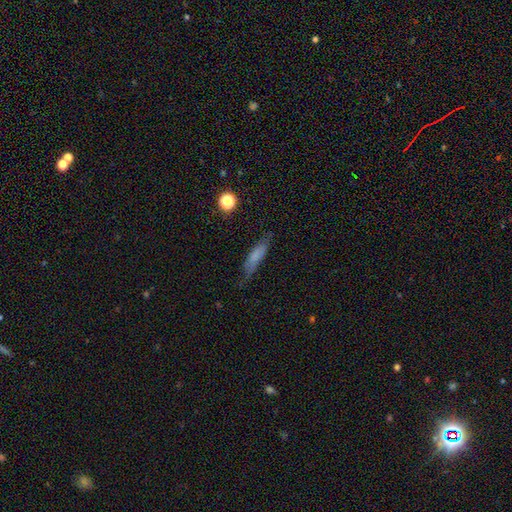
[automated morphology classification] smooth-or-featured: smooth: 66% | featured or disk: 25% | star or artifact: 9%
  how-rounded: cigar-shaped: 71% | in between: 26% | round: 2%
  merging: none: 70% | minor disturbance: 22% | major disturbance: 6% | merger: 2%